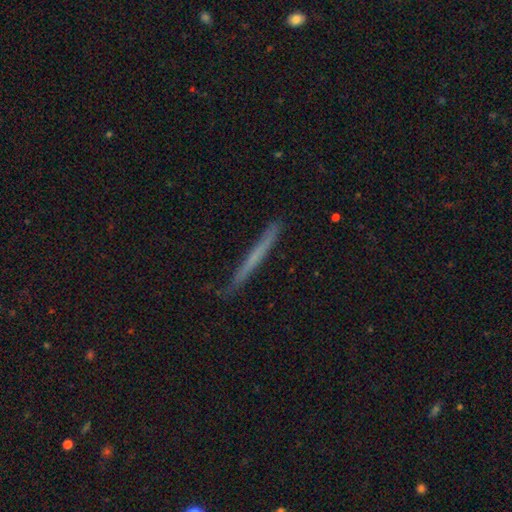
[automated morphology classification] smooth-or-featured: smooth: 51% | featured or disk: 41% | star or artifact: 8%
  how-rounded: cigar-shaped: 97% | in between: 2% | round: 1%
  merging: none: 83% | minor disturbance: 13% | major disturbance: 2% | merger: 1%